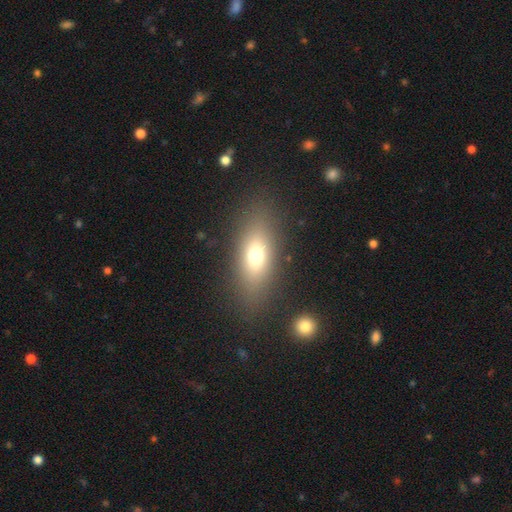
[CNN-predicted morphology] A smooth galaxy with no disk features (69%) that is in between round and cigar-shaped (74%).

Vote fractions:
- Smooth or featured? smooth: 69% / featured or disk: 20% / star or artifact: 11%
- How rounded? in between: 74% / cigar-shaped: 18% / round: 8%
- Merging? none: 83% / minor disturbance: 9% / major disturbance: 5% / merger: 2%